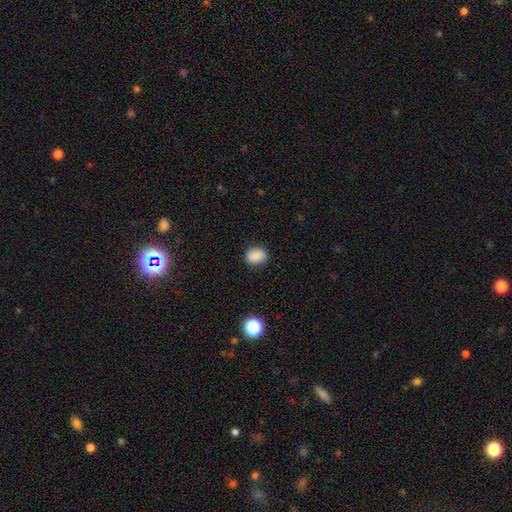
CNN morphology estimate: Smooth or featured? Predicted: smooth (p=0.86). How rounded? Predicted: in between (p=0.55). Merging? Predicted: none (p=0.87).